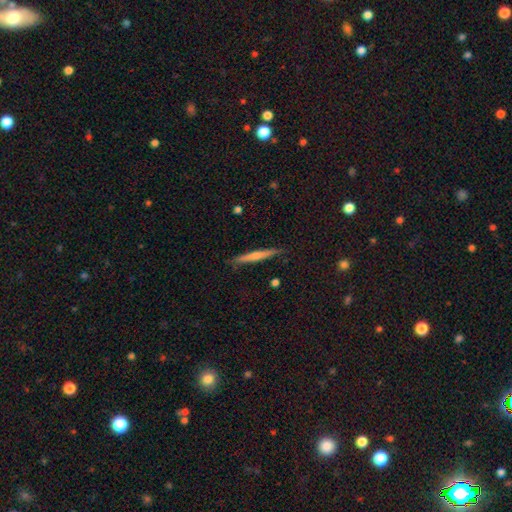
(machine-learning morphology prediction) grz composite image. It shows a smooth galaxy with no disk features (52%) that is cigar-shaped (95%). Merging: none (86%).